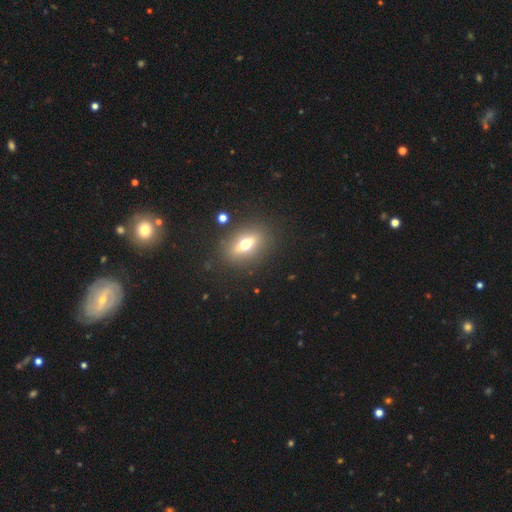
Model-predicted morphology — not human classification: This appears to be a smooth galaxy with no disk features (54%) that is in between round and cigar-shaped (71%). Merging: none (84%).